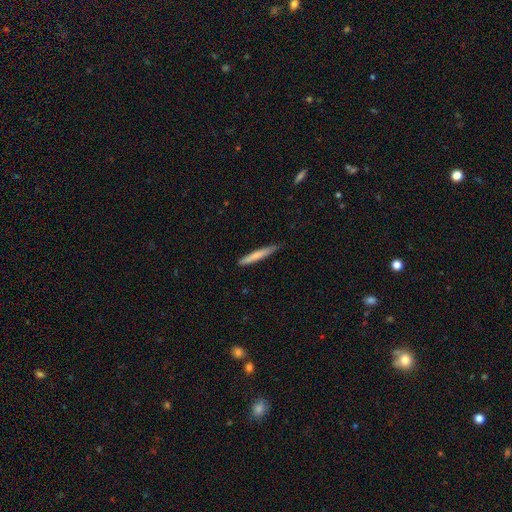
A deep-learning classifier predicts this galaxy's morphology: Smooth or featured?
  - smooth: 71% *
  - featured or disk: 24%
  - star or artifact: 6%
How rounded?
  - cigar-shaped: 95% *
  - in between: 4%
  - round: 1%
Merging?
  - none: 79% *
  - minor disturbance: 17%
  - major disturbance: 2%
  - merger: 1%